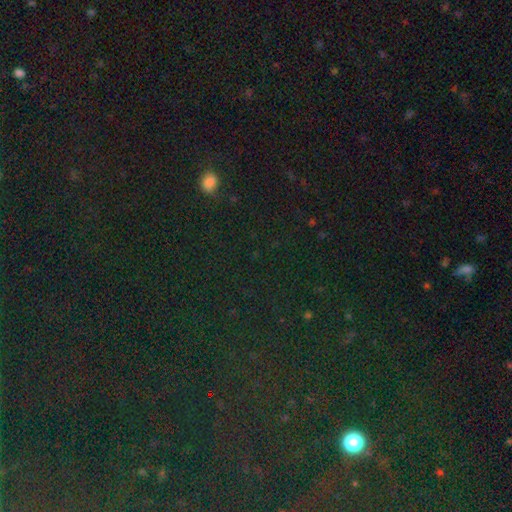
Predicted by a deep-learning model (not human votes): smooth-or-featured: star or artifact: 76% | smooth: 17% | featured or disk: 7%